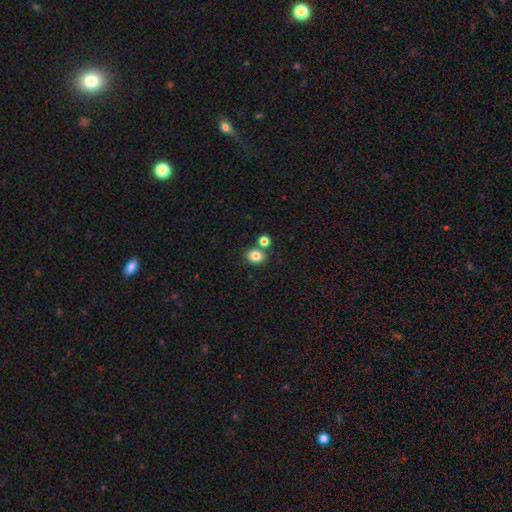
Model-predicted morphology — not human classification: smooth_or_featured: smooth (p=0.84) [alt: star or artifact p=0.11]
how_rounded: round (p=0.59) [alt: in between p=0.40]
merging: none (p=0.67) [alt: merger p=0.21]